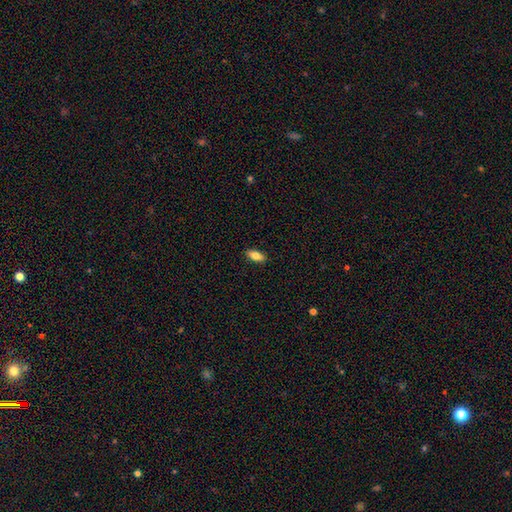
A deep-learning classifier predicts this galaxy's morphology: Smooth or featured: smooth — 81% (featured or disk — 12%)
How rounded: in between — 86% (cigar-shaped — 12%)
Merging: none — 90% (minor disturbance — 7%)